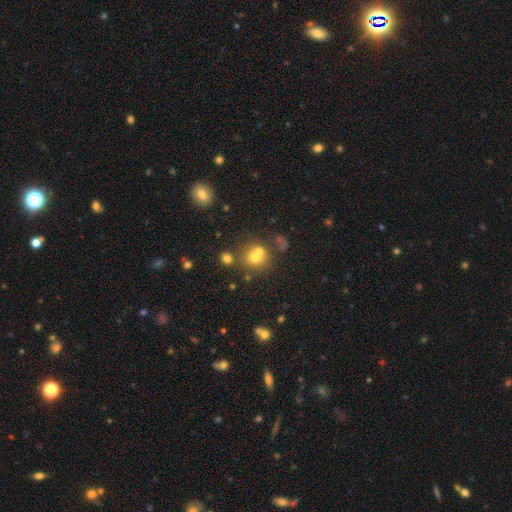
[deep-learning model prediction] smooth-or-featured: smooth: 62% | star or artifact: 21% | featured or disk: 17%
  how-rounded: round: 83% | in between: 16% | cigar-shaped: 1%
  merging: none: 50% | merger: 38% | minor disturbance: 8% | major disturbance: 4%